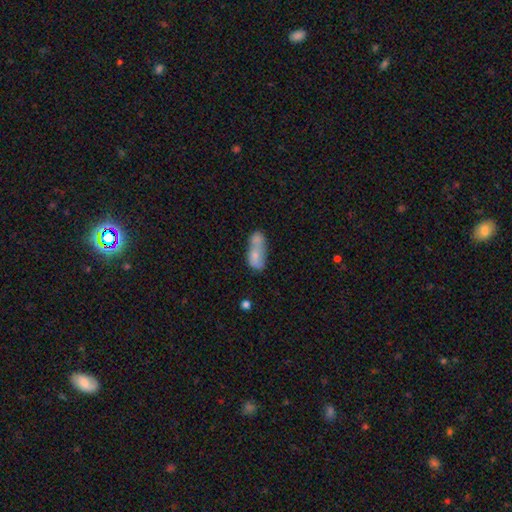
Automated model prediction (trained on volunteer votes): A smooth galaxy with no disk features (68%) that is in between round and cigar-shaped (85%). Merging: merger (60%).